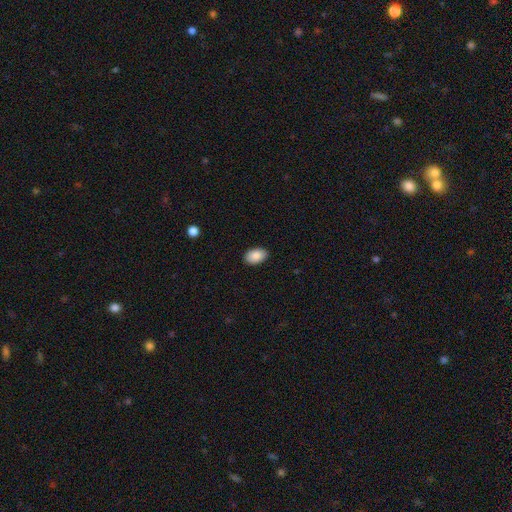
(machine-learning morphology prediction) Smooth or featured?
  - smooth: 87% *
  - star or artifact: 7%
  - featured or disk: 7%
How rounded?
  - in between: 91% *
  - round: 8%
  - cigar-shaped: 1%
Merging?
  - none: 89% *
  - minor disturbance: 9%
  - major disturbance: 2%
  - merger: 1%